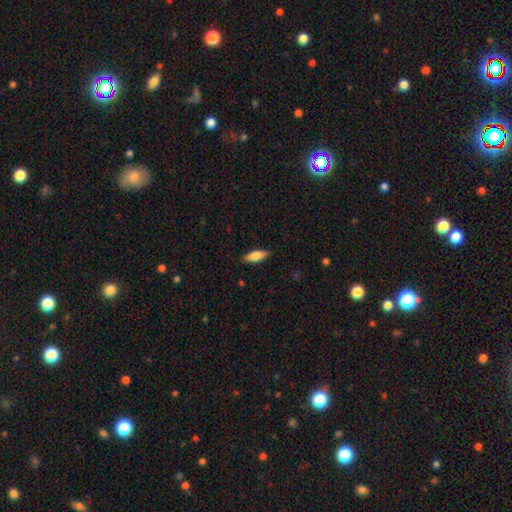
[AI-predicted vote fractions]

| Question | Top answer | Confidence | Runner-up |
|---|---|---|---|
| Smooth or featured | smooth | 73% | featured or disk (20%) |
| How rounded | in between | 60% | cigar-shaped (37%) |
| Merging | none | 87% | minor disturbance (10%) |